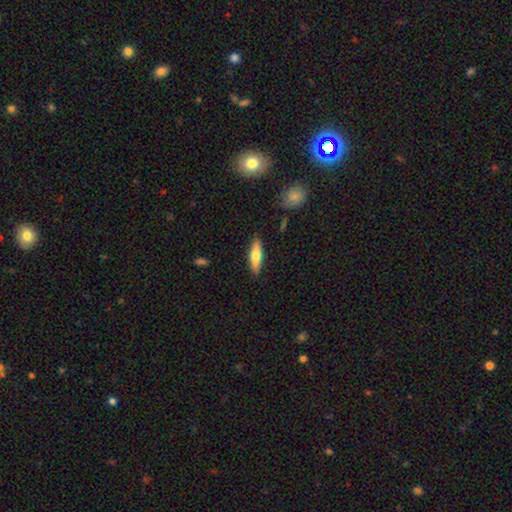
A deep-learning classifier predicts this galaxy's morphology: type=smooth (59%); roundness=cigar-shaped (63%); merging=none (87%).